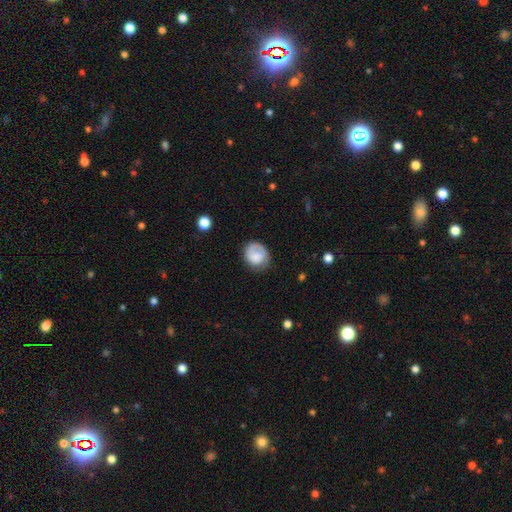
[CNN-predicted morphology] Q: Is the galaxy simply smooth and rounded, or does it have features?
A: smooth — 57%.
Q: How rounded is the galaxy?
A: round — 67%.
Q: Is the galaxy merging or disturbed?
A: none — 64%.